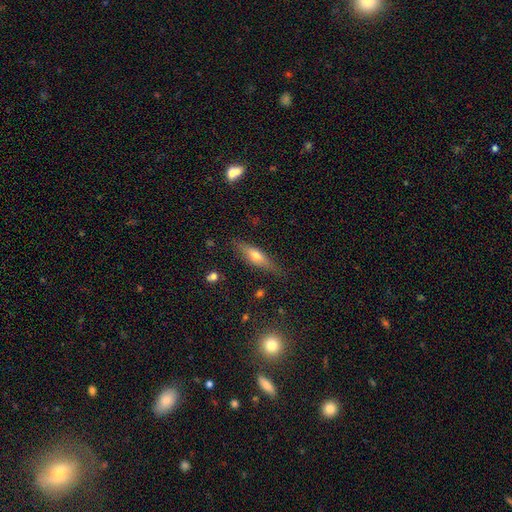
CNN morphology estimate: Q: Smooth or featured?
A: featured or disk (47%); runner-up: smooth (44%)
Q: Merging?
A: none (82%); runner-up: minor disturbance (13%)